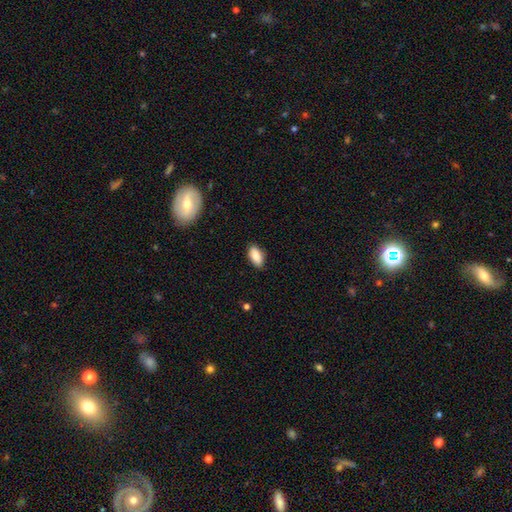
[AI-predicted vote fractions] This is clearly a smooth galaxy (88%). How rounded: clearly in between (92%). Merging: clearly none (86%).